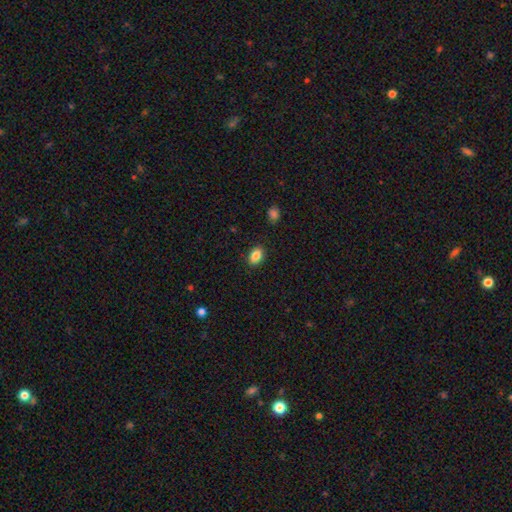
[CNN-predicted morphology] Overall: smooth (86%). How rounded: in between (84%). Merging: none (88%).